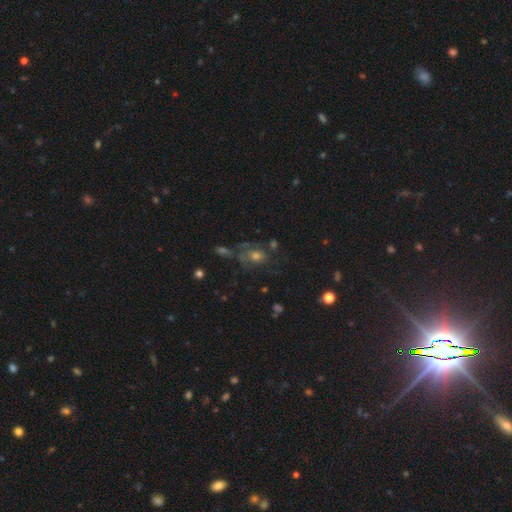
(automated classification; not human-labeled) Smooth or featured? featured or disk (45%)
Merging? none (47%)